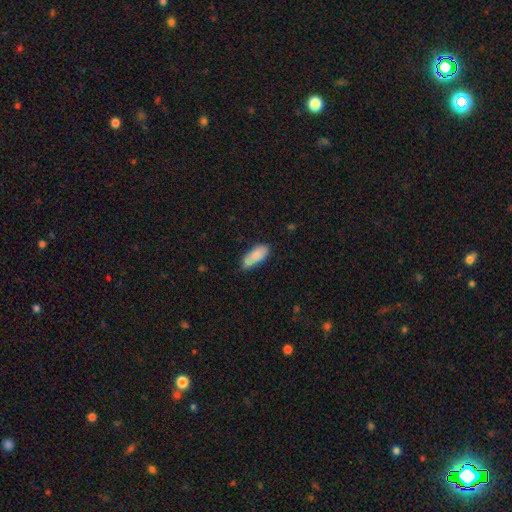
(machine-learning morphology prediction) type=smooth (85%); roundness=in between (80%); merging=none (73%).